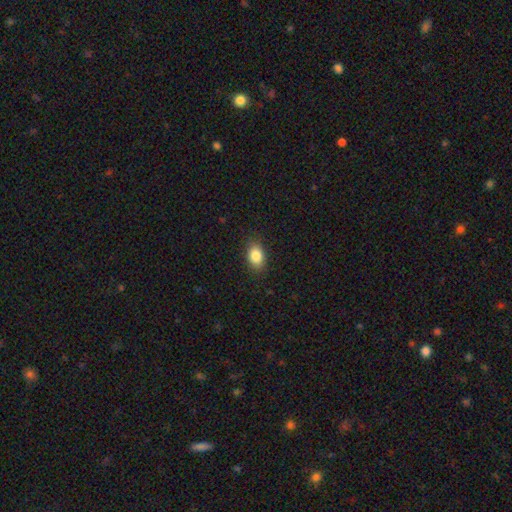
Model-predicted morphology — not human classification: Smooth or featured? smooth (86%)
How rounded? in between (81%)
Merging? none (86%)